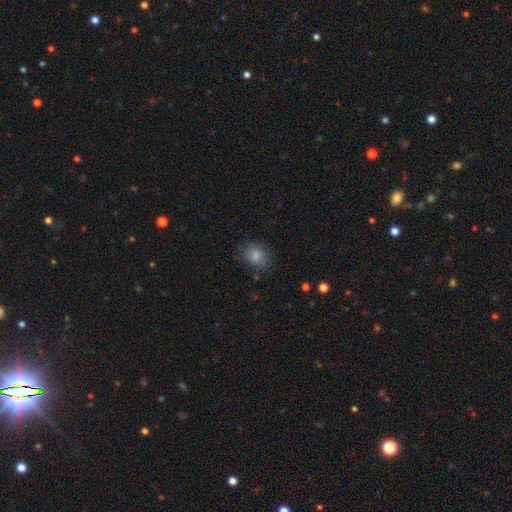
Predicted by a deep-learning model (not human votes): A smooth galaxy with no disk features (83%) that is in between round and cigar-shaped (59%). Merging: none (76%).